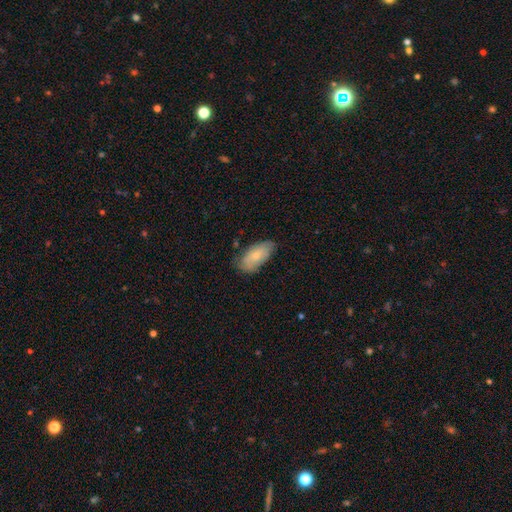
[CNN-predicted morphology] Q: Smooth or featured?
A: smooth (74%); runner-up: featured or disk (20%)
Q: How rounded?
A: in between (92%); runner-up: cigar-shaped (5%)
Q: Merging?
A: none (69%); runner-up: minor disturbance (25%)